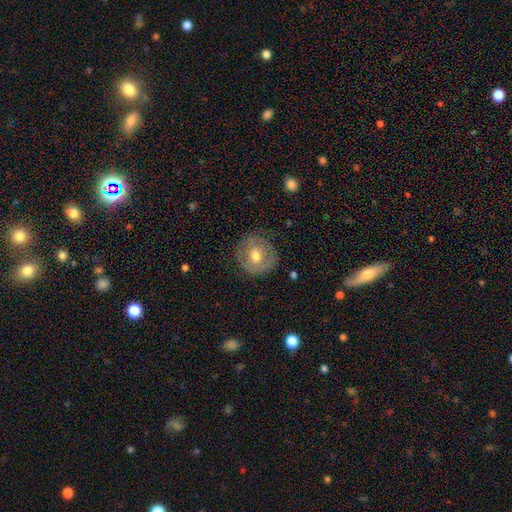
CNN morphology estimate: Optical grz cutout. It shows a featured or disk galaxy (48%). Merging: none (78%).